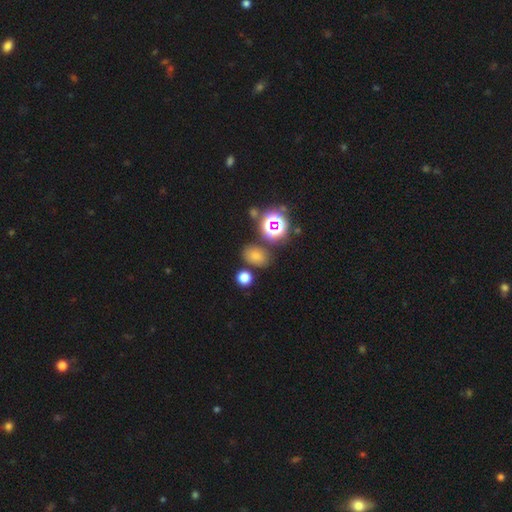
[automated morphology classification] A smooth galaxy with no disk features (69%) that is in between round and cigar-shaped (70%).

Vote fractions:
- Smooth or featured? smooth: 69% / star or artifact: 24% / featured or disk: 8%
- How rounded? in between: 70% / round: 29% / cigar-shaped: 1%
- Merging? none: 76% / minor disturbance: 12% / merger: 8% / major disturbance: 4%